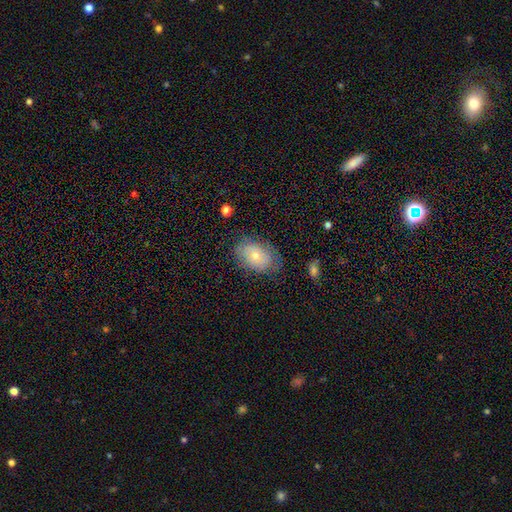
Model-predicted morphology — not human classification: This is likely a smooth galaxy (64%). How rounded: clearly in between (83%). Merging: likely none (68%).